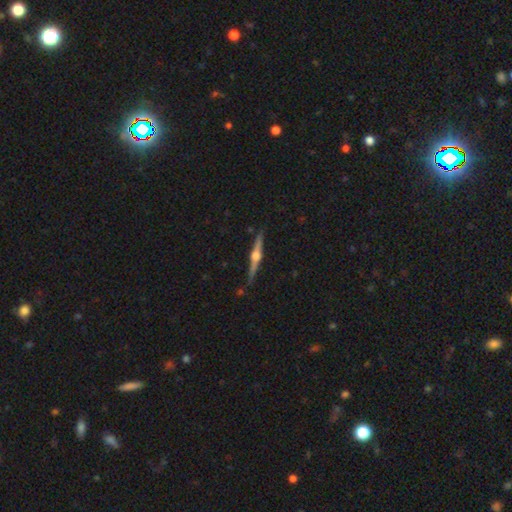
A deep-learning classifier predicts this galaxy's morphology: This appears to be a featured or disk galaxy (81%) viewed edge-on (98%) with a rounded central bulge (94%). Merging: none (88%).